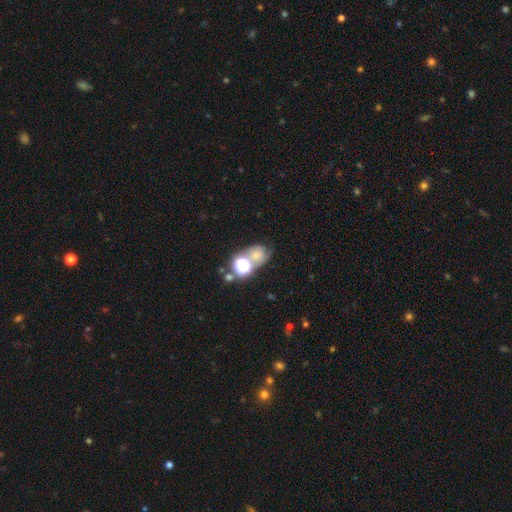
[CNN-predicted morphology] Smooth or featured: smooth — 52% (star or artifact — 26%)
How rounded: round — 57% (in between — 41%)
Merging: none — 39% (merger — 33%)